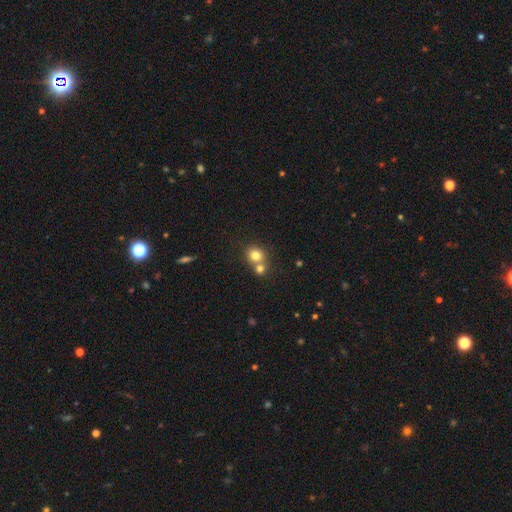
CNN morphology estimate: Smooth or featured? Predicted: smooth (p=0.79). How rounded? Predicted: round (p=0.81). Merging? Predicted: none (p=0.47).